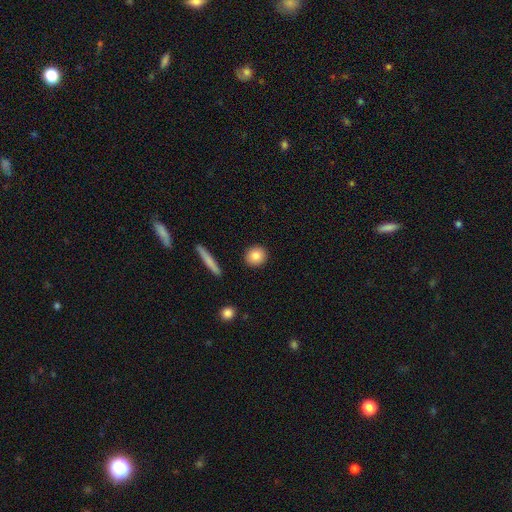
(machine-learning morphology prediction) Smooth or featured: smooth — 84% (featured or disk — 9%)
How rounded: round — 84% (in between — 14%)
Merging: none — 91% (minor disturbance — 6%)